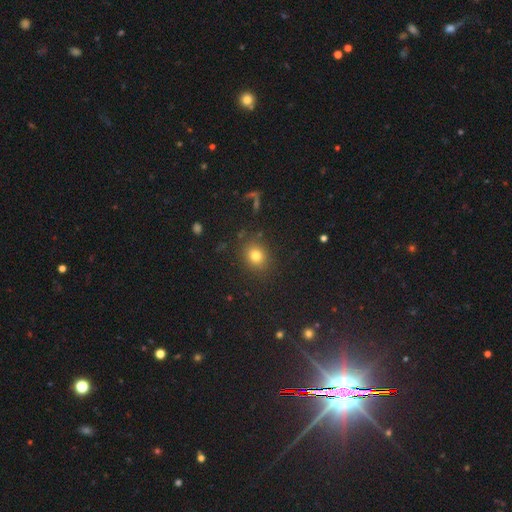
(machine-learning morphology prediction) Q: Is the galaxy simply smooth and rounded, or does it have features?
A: smooth — 77%.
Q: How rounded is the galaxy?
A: round — 70%.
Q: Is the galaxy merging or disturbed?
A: none — 85%.